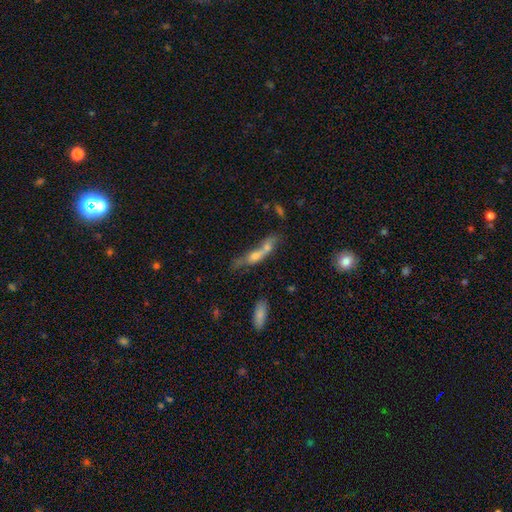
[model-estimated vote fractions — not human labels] smooth-or-featured: smooth: 50% | featured or disk: 39% | star or artifact: 11%
  merging: merger: 57% | none: 22% | minor disturbance: 11% | major disturbance: 10%